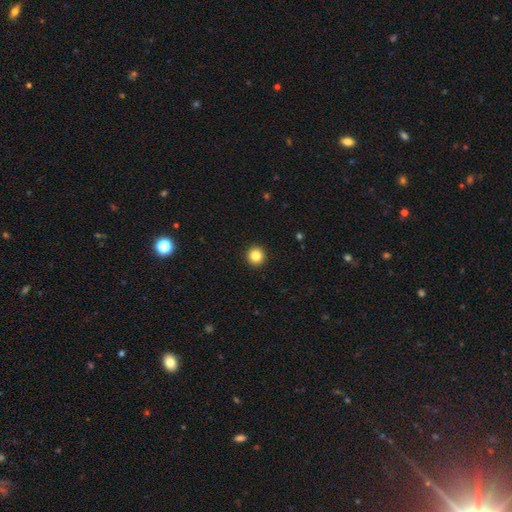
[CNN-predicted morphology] smooth-or-featured: smooth: 85% | star or artifact: 10% | featured or disk: 5%
  how-rounded: round: 95% | in between: 4% | cigar-shaped: 1%
  merging: none: 94% | minor disturbance: 4% | major disturbance: 1% | merger: 1%